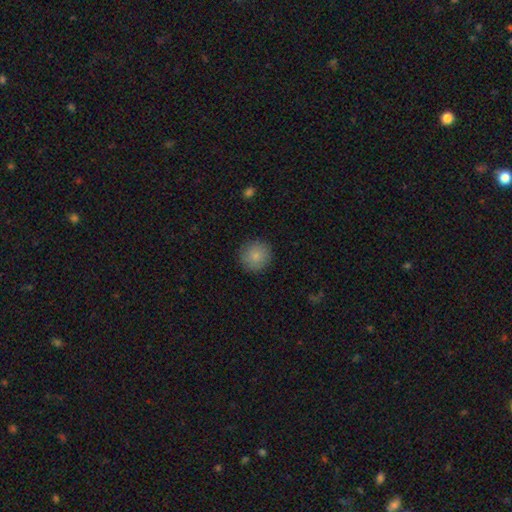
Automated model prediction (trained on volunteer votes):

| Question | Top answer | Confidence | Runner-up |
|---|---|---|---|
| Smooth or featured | smooth | 85% | star or artifact (9%) |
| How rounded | round | 94% | in between (5%) |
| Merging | none | 89% | minor disturbance (8%) |